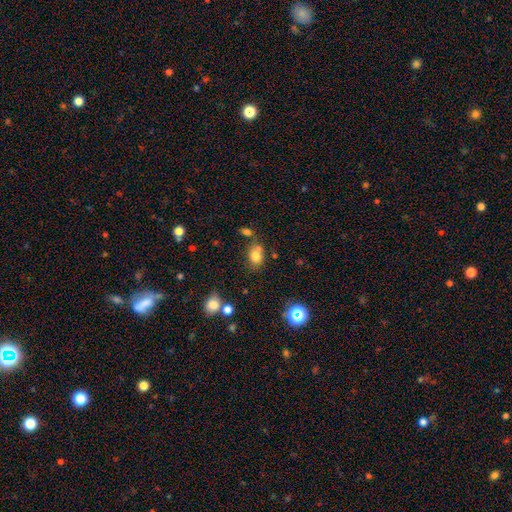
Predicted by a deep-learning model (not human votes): Q: Smooth or featured?
A: smooth (77%); runner-up: star or artifact (13%)
Q: How rounded?
A: in between (60%); runner-up: round (39%)
Q: Merging?
A: none (56%); runner-up: merger (19%)